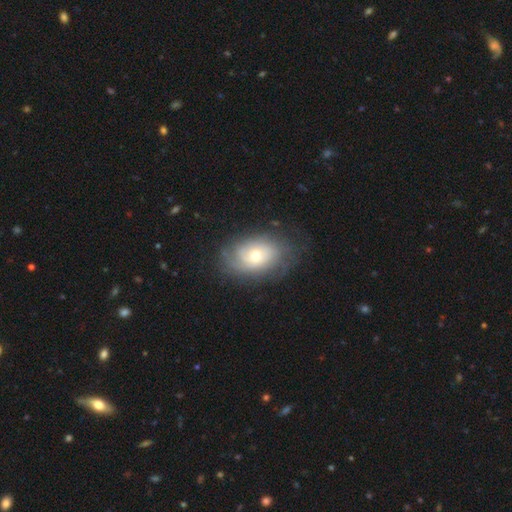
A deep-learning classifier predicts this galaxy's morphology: Smooth or featured? featured or disk (54%)
Edge-on disk? no (93%)
Bar? no (78%)
Spiral arms? yes (71%)
Bulge size? moderate (55%)
Merging? none (70%)